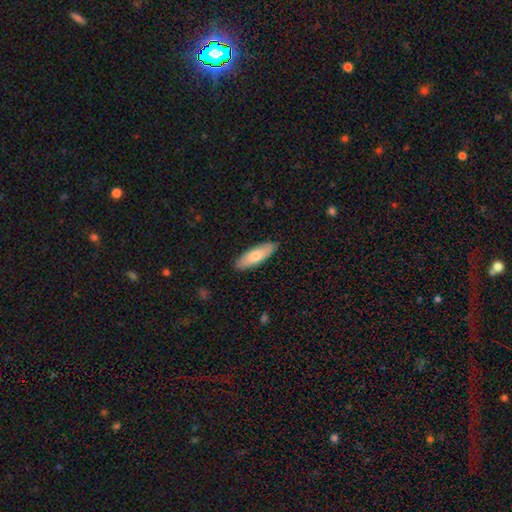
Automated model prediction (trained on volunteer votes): Smooth or featured? Predicted: smooth (p=0.72). How rounded? Predicted: in between (p=0.52). Merging? Predicted: none (p=0.89).